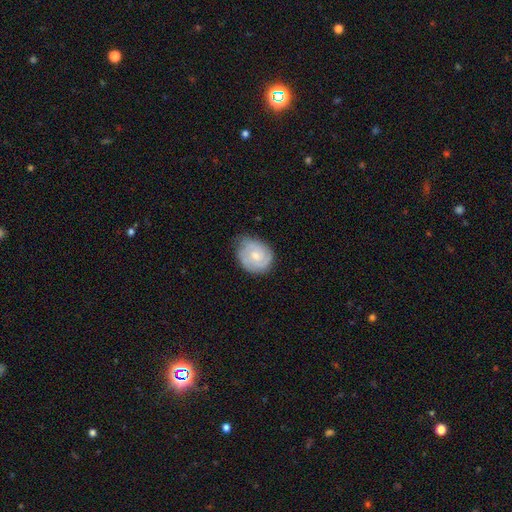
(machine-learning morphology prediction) Smooth or featured: featured or disk — 65% (smooth — 29%)
Edge-on disk: no — 98% (yes — 2%)
Bar: no — 68% (weak — 29%)
Spiral arms: yes — 91% (no — 9%)
Spiral winding: tight — 62% (medium — 31%)
Spiral arm count: 2 — 37% (can't tell — 26%)
Bulge size: small — 49% (moderate — 44%)
Merging: none — 66% (minor disturbance — 27%)